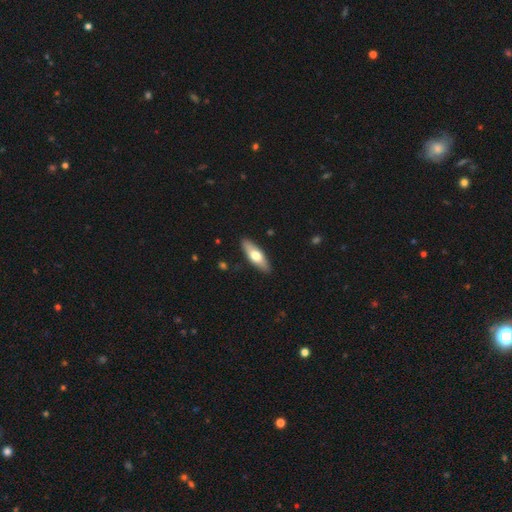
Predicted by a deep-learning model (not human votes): Morphology: type=smooth (60%); roundness=in between (57%); merging=none (89%).